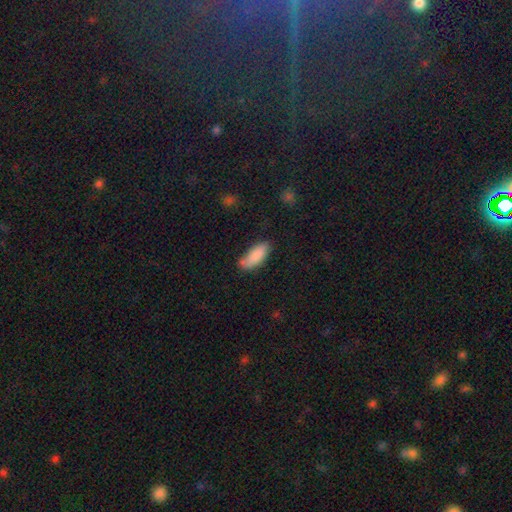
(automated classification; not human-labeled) Smooth or featured: smooth — 87% (featured or disk — 7%)
How rounded: in between — 76% (cigar-shaped — 22%)
Merging: none — 66% (minor disturbance — 24%)